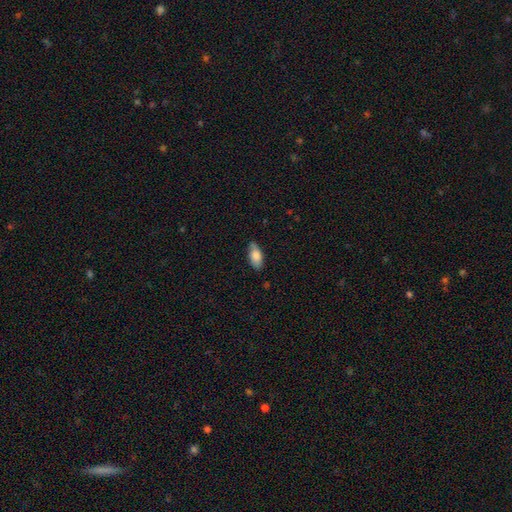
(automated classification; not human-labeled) A smooth galaxy with no disk features (80%) that is in between round and cigar-shaped (87%). Merging: none (76%).